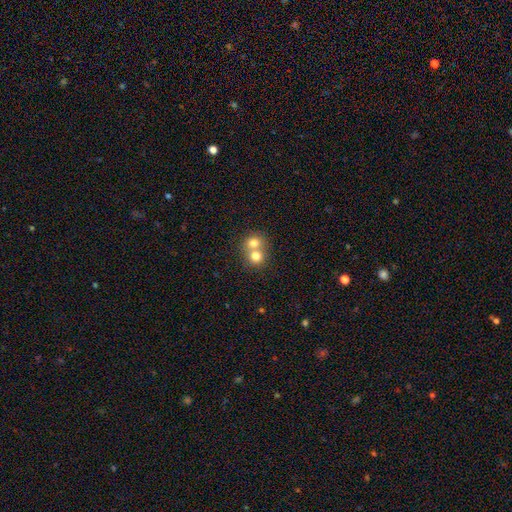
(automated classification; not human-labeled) smooth_or_featured: smooth (p=0.74) [alt: featured or disk p=0.16]
how_rounded: round (p=0.80) [alt: in between p=0.20]
merging: merger (p=0.66) [alt: none p=0.29]